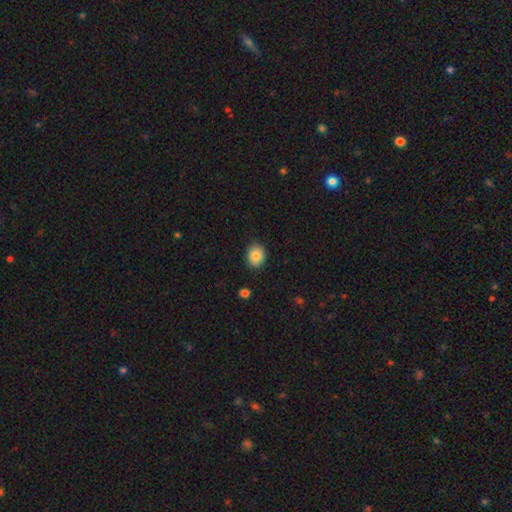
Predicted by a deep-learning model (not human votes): This is clearly a smooth galaxy (85%). How rounded: possibly round (59%). Merging: clearly none (88%).